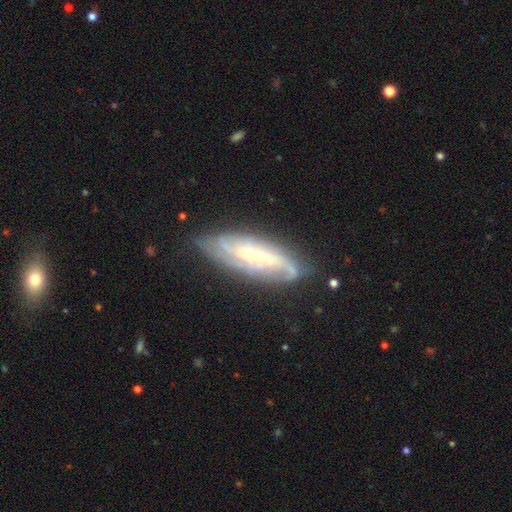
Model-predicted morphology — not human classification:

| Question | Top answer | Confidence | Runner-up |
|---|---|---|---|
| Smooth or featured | featured or disk | 76% | smooth (17%) |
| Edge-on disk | no | 77% | yes (23%) |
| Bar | no | 54% | weak (34%) |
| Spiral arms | yes | 91% | no (9%) |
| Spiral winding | tight | 53% | medium (34%) |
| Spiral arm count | can't tell | 45% | 2 (25%) |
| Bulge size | small | 68% | moderate (24%) |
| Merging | none | 74% | minor disturbance (19%) |